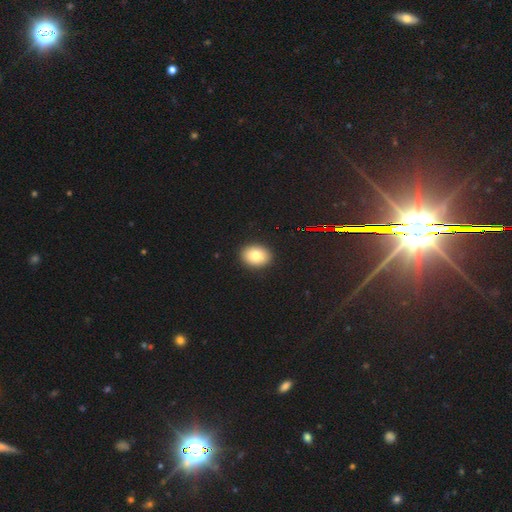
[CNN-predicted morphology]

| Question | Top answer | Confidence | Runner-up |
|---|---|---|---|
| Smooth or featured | smooth | 80% | star or artifact (11%) |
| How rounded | in between | 51% | round (48%) |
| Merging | none | 91% | minor disturbance (6%) |